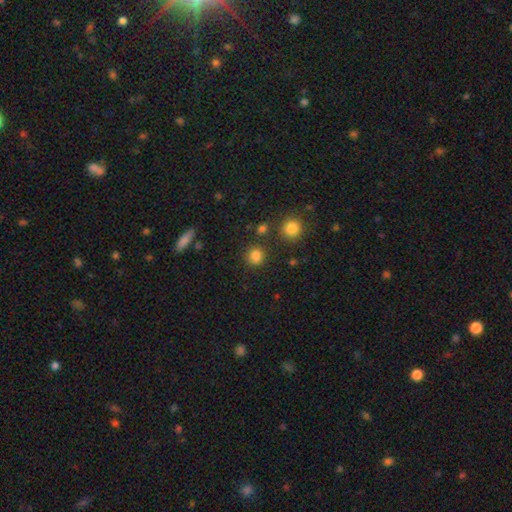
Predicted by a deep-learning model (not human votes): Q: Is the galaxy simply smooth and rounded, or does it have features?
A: smooth — 83%.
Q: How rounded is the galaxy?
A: round — 85%.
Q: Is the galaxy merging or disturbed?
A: none — 83%.